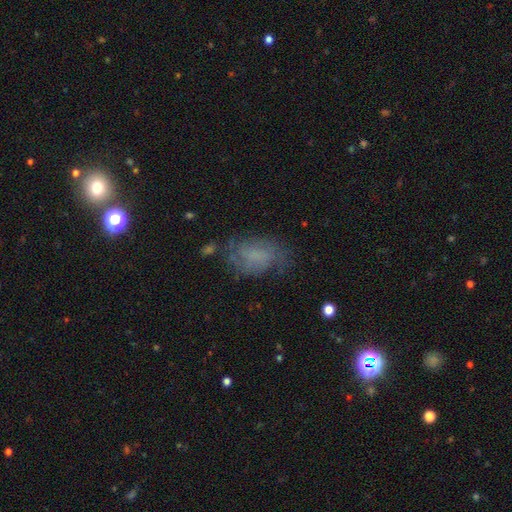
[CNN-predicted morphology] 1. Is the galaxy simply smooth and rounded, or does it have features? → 46% smooth, 38% featured or disk, 16% star or artifact.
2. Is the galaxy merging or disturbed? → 59% none, 24% minor disturbance, 15% major disturbance, 3% merger.